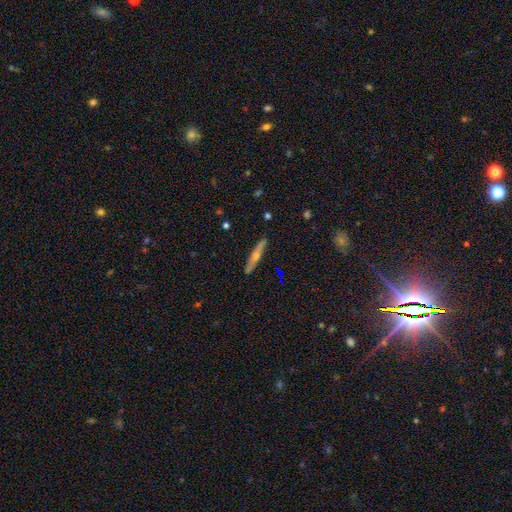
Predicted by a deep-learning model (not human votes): This is likely a featured or disk galaxy (63%). It is clearly viewed edge-on (95%). Edge-on bulge: clearly rounded (87%). Merging: clearly none (90%).